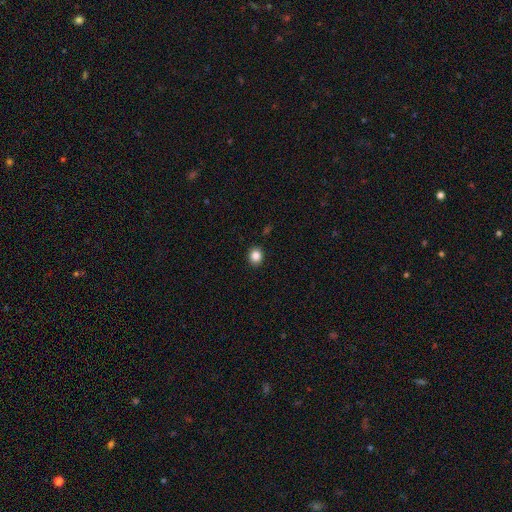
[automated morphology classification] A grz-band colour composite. It shows a smooth galaxy with no disk features (86%) that is round (77%). Merging: none (91%).